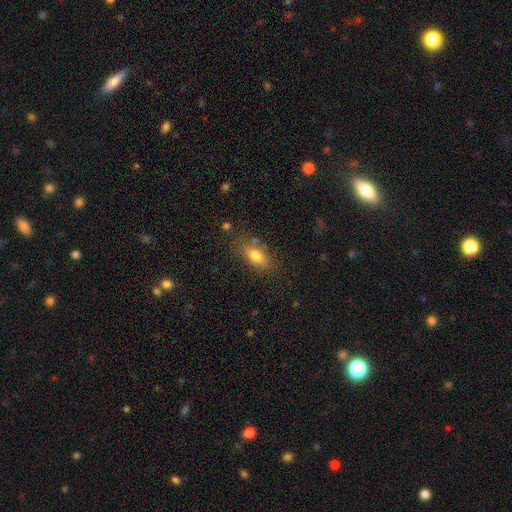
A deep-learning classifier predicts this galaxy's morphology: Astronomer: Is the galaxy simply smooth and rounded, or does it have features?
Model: smooth — 78%.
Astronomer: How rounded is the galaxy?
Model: in between — 83%.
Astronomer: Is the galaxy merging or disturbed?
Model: none — 76%.